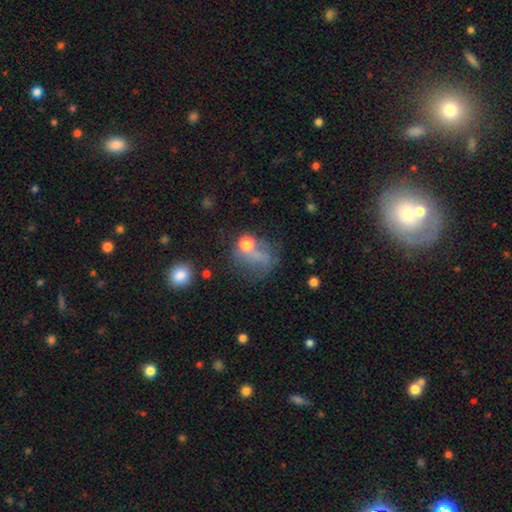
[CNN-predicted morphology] A smooth galaxy with no disk features (55%) that is round (57%).

Vote fractions:
- Smooth or featured? smooth: 55% / star or artifact: 24% / featured or disk: 22%
- How rounded? round: 57% / in between: 41% / cigar-shaped: 2%
- Merging? major disturbance: 34% / none: 33% / minor disturbance: 20% / merger: 13%